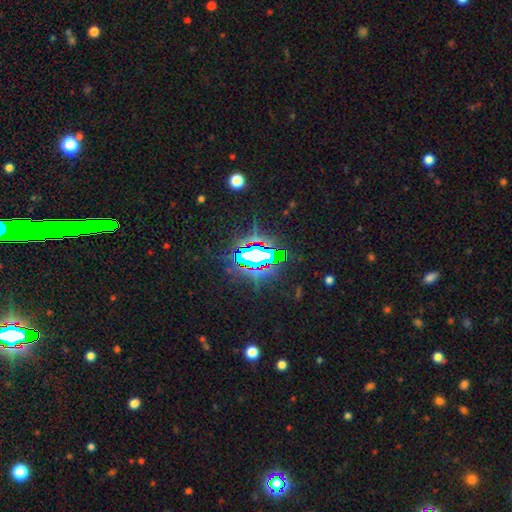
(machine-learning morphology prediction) Smooth or featured: star or artifact — 76% (featured or disk — 12%)